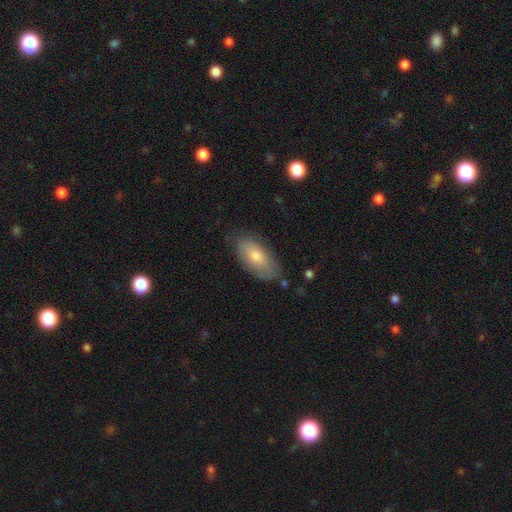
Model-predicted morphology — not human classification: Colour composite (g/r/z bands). It shows a smooth galaxy with no disk features (66%) that is in between round and cigar-shaped (92%). Merging: none (71%).